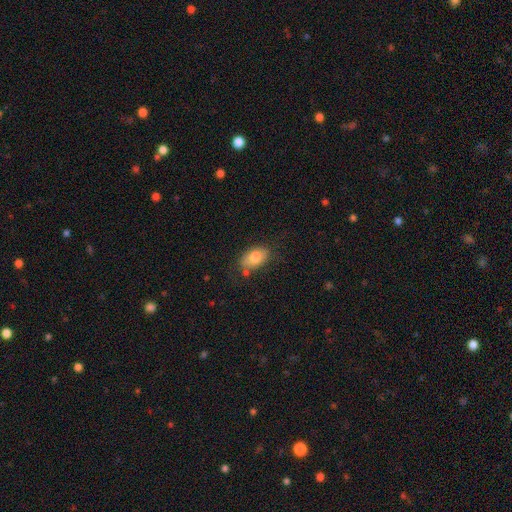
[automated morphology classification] Smooth or featured? smooth (79%)
How rounded? in between (89%)
Merging? none (67%)